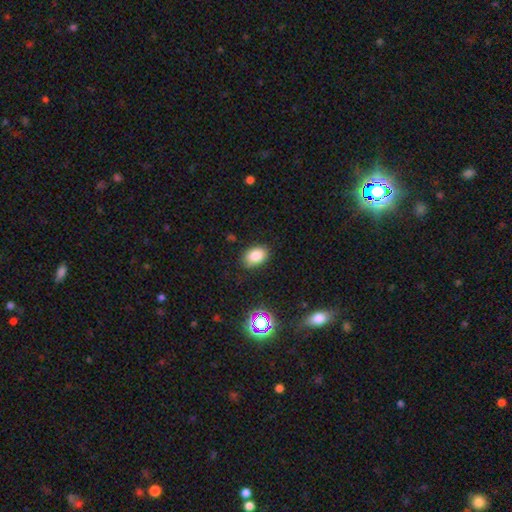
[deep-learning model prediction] The model was most divided on "how rounded": in between: 81%, round: 17%, cigar-shaped: 1%. More confident: merging — none (83%); smooth or featured — smooth (82%).